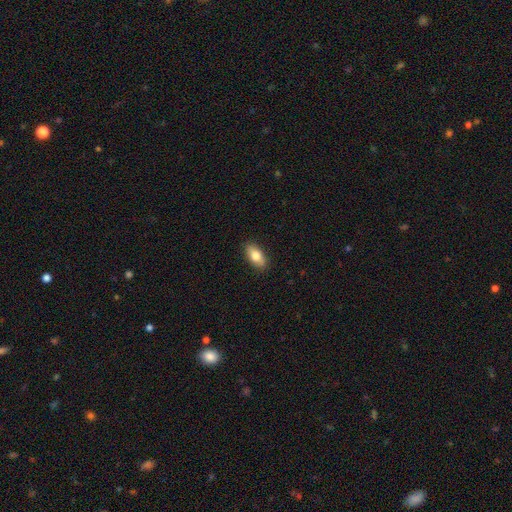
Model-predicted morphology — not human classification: Smooth or featured? Predicted: smooth (p=0.78). How rounded? Predicted: in between (p=0.88). Merging? Predicted: none (p=0.88).